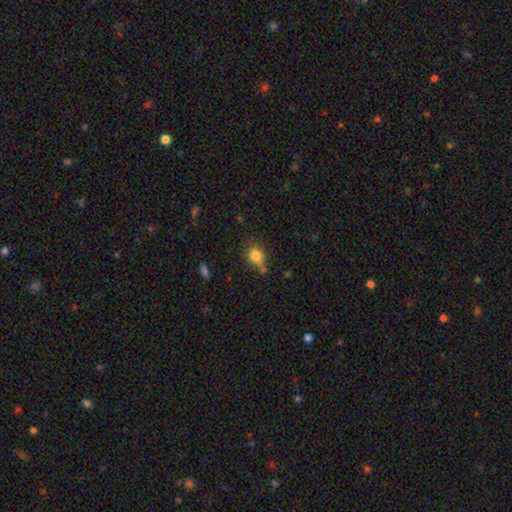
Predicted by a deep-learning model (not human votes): smooth_or_featured: smooth (p=0.80) [alt: star or artifact p=0.11]
how_rounded: round (p=0.58) [alt: in between p=0.40]
merging: none (p=0.54) [alt: minor disturbance p=0.24]